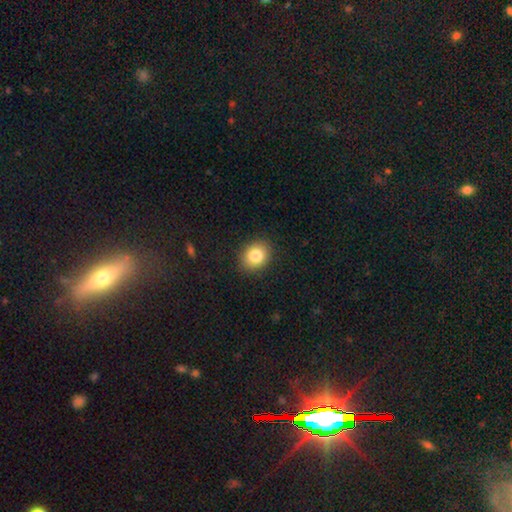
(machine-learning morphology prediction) Smooth or featured: smooth — 82% (star or artifact — 9%)
How rounded: round — 57% (in between — 42%)
Merging: none — 89% (minor disturbance — 7%)